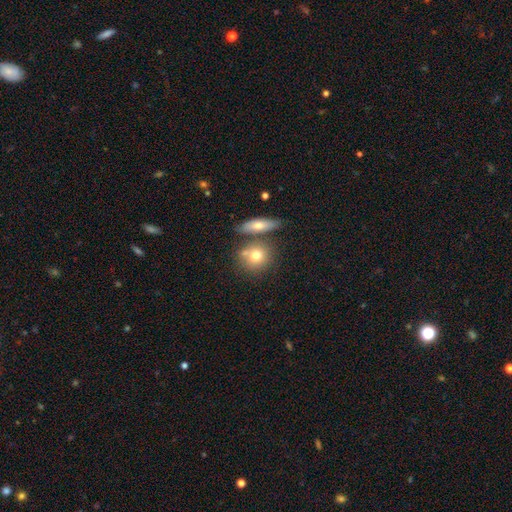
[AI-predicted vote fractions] Smooth or featured?
  - smooth: 72% *
  - featured or disk: 20%
  - star or artifact: 8%
How rounded?
  - round: 75% *
  - in between: 21%
  - cigar-shaped: 4%
Merging?
  - none: 56% *
  - merger: 29%
  - minor disturbance: 11%
  - major disturbance: 4%